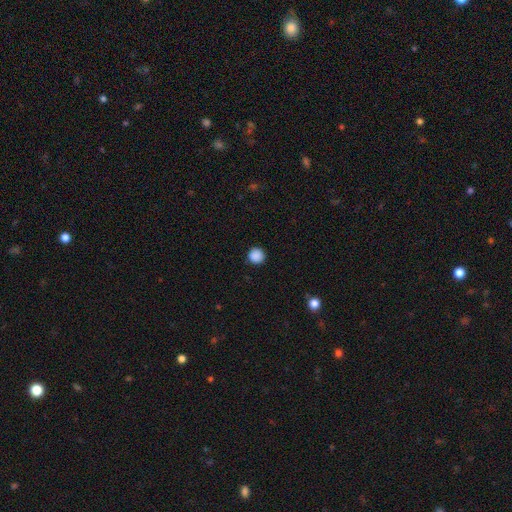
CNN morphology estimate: smooth 89%, star or artifact 9%, featured or disk 2%. Down the decision tree: how rounded — round (95%); merging — none (92%).